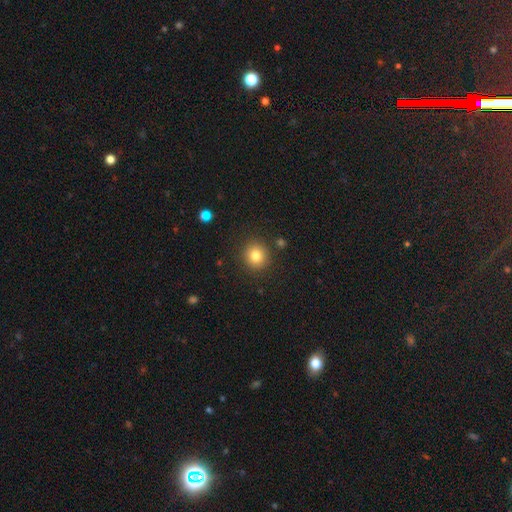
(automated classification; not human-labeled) This appears to be a smooth galaxy with no disk features (81%) that is round (91%). Merging: none (89%).